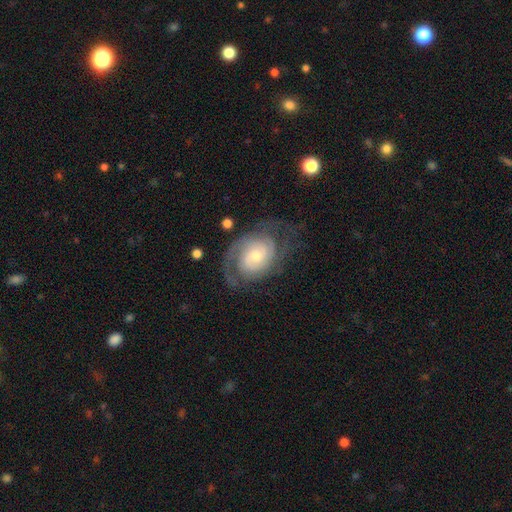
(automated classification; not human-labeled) This appears to be a featured or disk galaxy (85%) with no bar (67%), 2 (55%) tight (59%) spiral arms (95%) and a moderate central bulge (48%). Merging: none (65%).